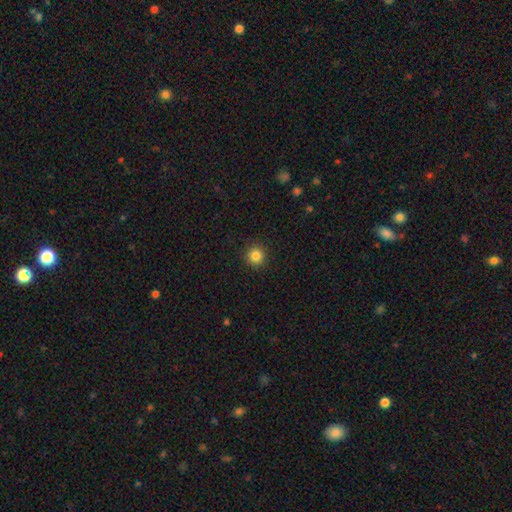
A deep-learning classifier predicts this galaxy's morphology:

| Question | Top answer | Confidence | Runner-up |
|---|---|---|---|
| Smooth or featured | smooth | 84% | star or artifact (11%) |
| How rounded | round | 95% | in between (4%) |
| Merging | none | 92% | minor disturbance (5%) |